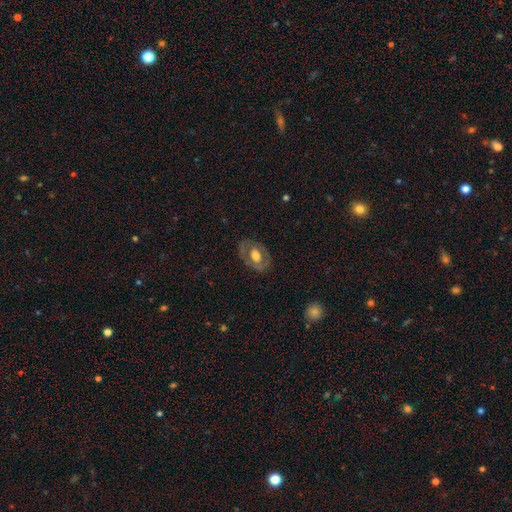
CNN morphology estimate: The model was most divided on "smooth or featured": featured or disk: 51%, smooth: 43%, star or artifact: 6%. More confident: edge-on disk — no (92%); merging — none (77%).